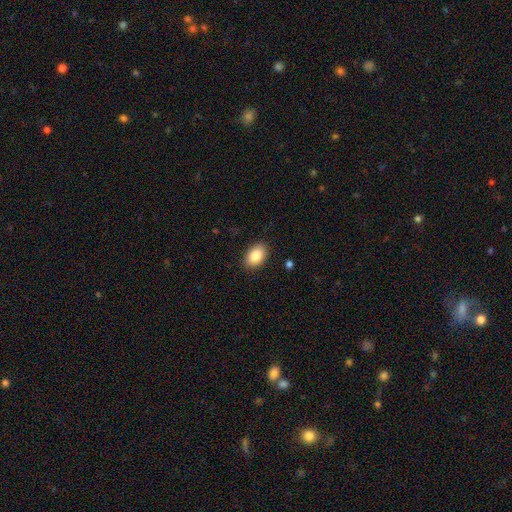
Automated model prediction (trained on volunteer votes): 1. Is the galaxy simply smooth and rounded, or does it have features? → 86% smooth, 7% star or artifact, 6% featured or disk.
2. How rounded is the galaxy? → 87% in between, 12% round, 1% cigar-shaped.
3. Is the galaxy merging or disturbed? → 88% none, 9% minor disturbance, 2% major disturbance, 1% merger.